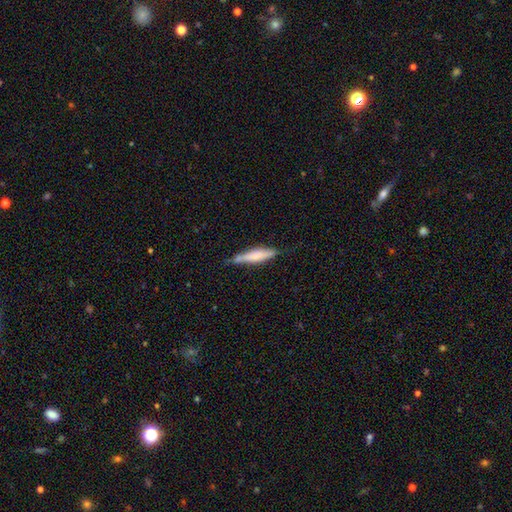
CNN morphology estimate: A smooth galaxy with no disk features (60%) that is cigar-shaped (79%). Merging: none (62%).